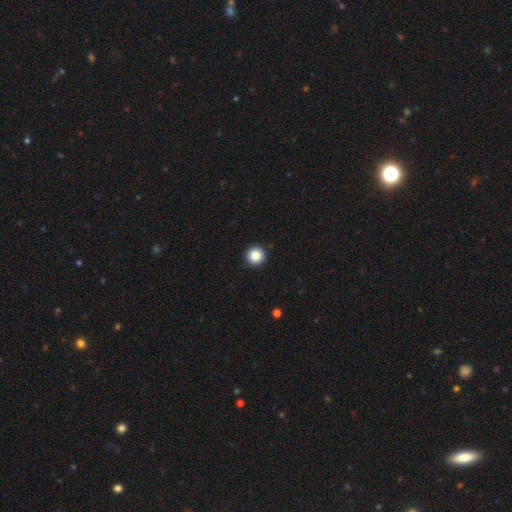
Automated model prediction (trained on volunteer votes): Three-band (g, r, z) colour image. It shows a smooth galaxy with no disk features (87%) that is round (96%). Merging: none (93%).